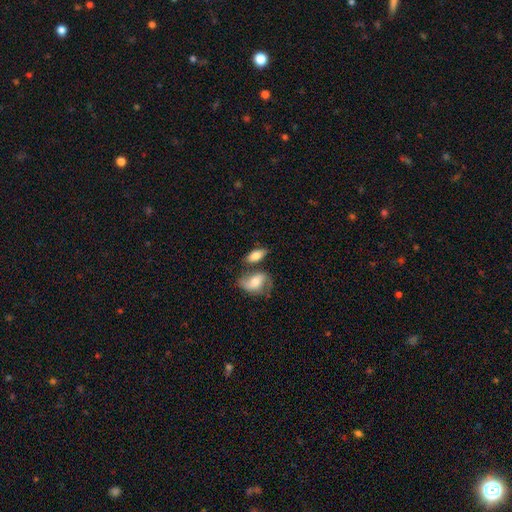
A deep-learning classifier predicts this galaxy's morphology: Smooth or featured?
  - smooth: 73% *
  - featured or disk: 20%
  - star or artifact: 7%
How rounded?
  - in between: 85% *
  - cigar-shaped: 9%
  - round: 6%
Merging?
  - none: 54% *
  - merger: 24%
  - minor disturbance: 16%
  - major disturbance: 6%